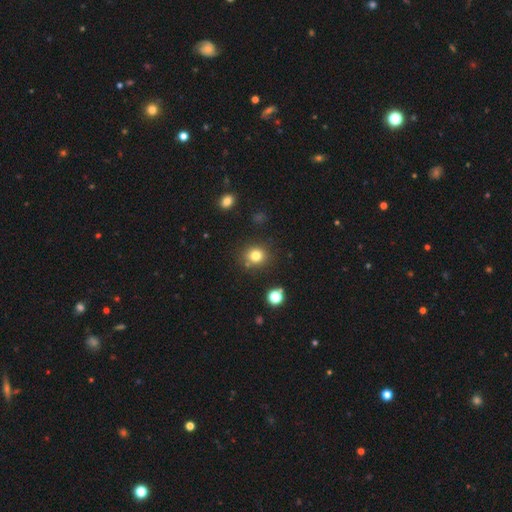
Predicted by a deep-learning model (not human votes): A smooth galaxy with no disk features (80%) that is round (82%). Merging: none (82%).